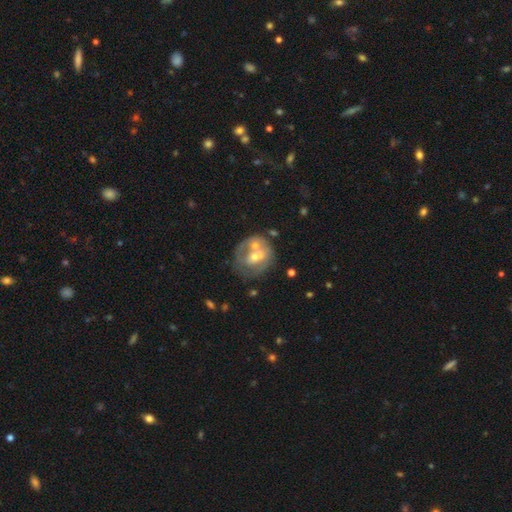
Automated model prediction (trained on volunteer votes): A featured or disk galaxy (60%) with no bar (68%), no spiral arms (68%) and a moderate central bulge (54%).

Vote fractions:
- Smooth or featured? featured or disk: 60% / smooth: 33% / star or artifact: 7%
- Edge-on disk? no: 97% / yes: 3%
- Bar? no: 68% / weak: 23% / strong: 9%
- Spiral arms? no: 68% / yes: 32%
- Bulge size? moderate: 54% / small: 39% / large: 4% / none: 3% / dominant: 1%
- Merging? none: 37% / merger: 36% / minor disturbance: 16% / major disturbance: 11%